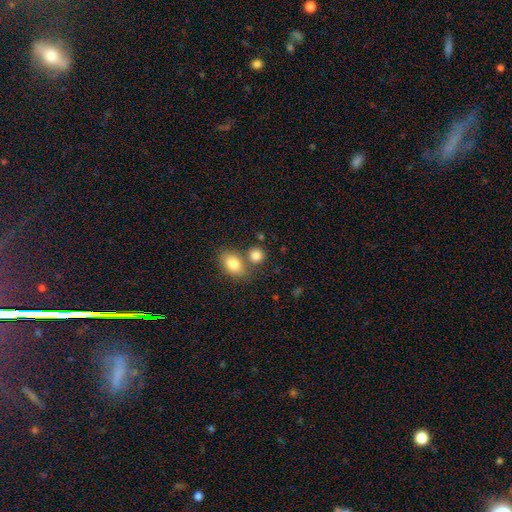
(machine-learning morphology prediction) Smooth or featured?
  - smooth: 83% *
  - star or artifact: 9%
  - featured or disk: 8%
How rounded?
  - round: 65% *
  - in between: 33%
  - cigar-shaped: 2%
Merging?
  - none: 55% *
  - merger: 32%
  - minor disturbance: 9%
  - major disturbance: 3%